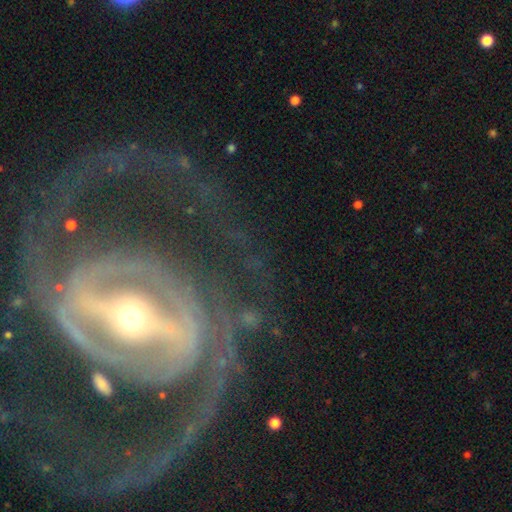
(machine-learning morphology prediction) Smooth or featured: featured or disk — 88% (star or artifact — 6%)
Edge-on disk: no — 94% (yes — 6%)
Bar: strong — 68% (weak — 18%)
Spiral arms: yes — 86% (no — 14%)
Spiral winding: tight — 41% (medium — 40%)
Spiral arm count: 2 — 58% (can't tell — 16%)
Bulge size: moderate — 48% (small — 45%)
Merging: none — 62% (major disturbance — 22%)